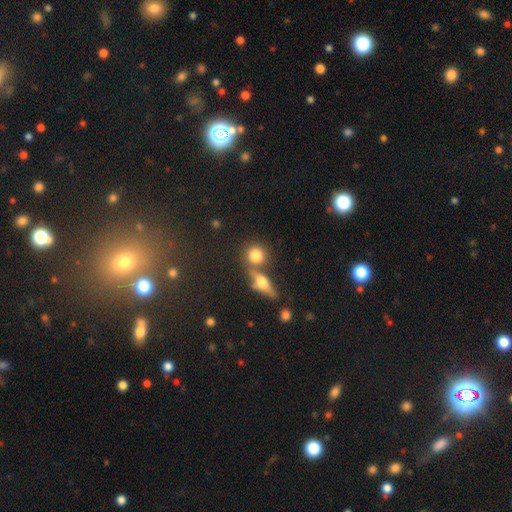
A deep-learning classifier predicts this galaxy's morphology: Smooth or featured?
  - smooth: 78% *
  - featured or disk: 12%
  - star or artifact: 10%
How rounded?
  - round: 82% *
  - in between: 15%
  - cigar-shaped: 3%
Merging?
  - none: 58% *
  - merger: 30%
  - minor disturbance: 9%
  - major disturbance: 4%